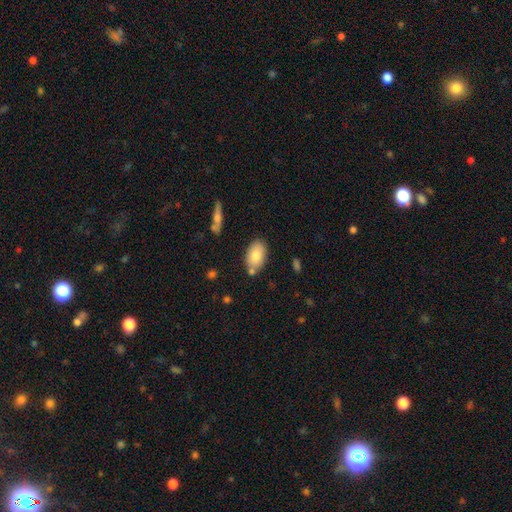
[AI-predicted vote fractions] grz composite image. It shows a smooth galaxy with no disk features (80%) that is in between round and cigar-shaped (91%). Merging: none (73%).